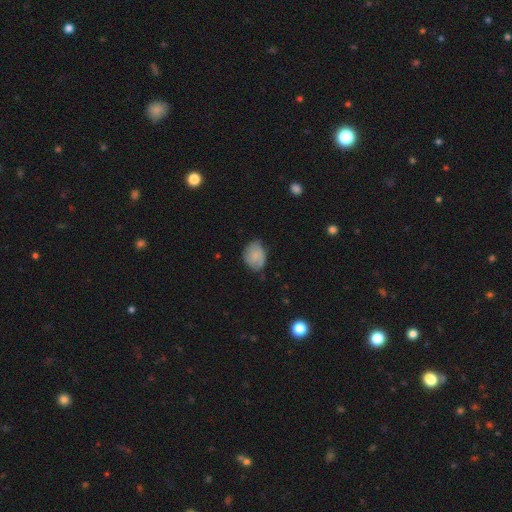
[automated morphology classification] smooth-or-featured: smooth: 72% | featured or disk: 20% | star or artifact: 8%
  how-rounded: in between: 65% | round: 34% | cigar-shaped: 1%
  merging: none: 62% | minor disturbance: 31% | major disturbance: 6% | merger: 1%